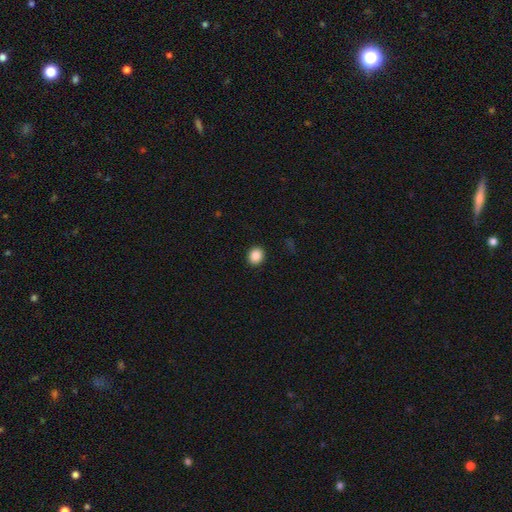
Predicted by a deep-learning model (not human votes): This appears to be a smooth galaxy with no disk features (87%) that is round (80%). Merging: none (92%).